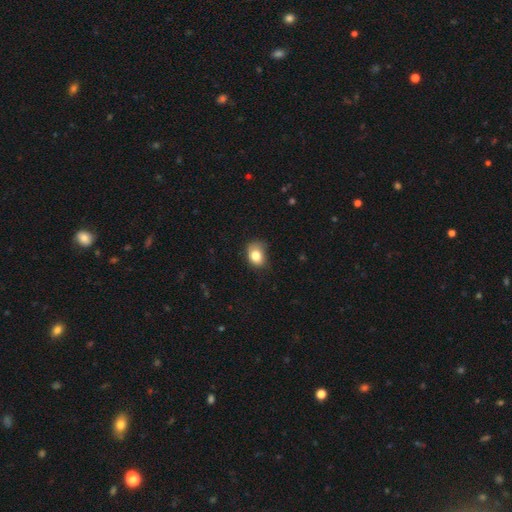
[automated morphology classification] Smooth or featured?
  - smooth: 79% *
  - featured or disk: 11%
  - star or artifact: 10%
How rounded?
  - in between: 57% *
  - round: 42%
  - cigar-shaped: 1%
Merging?
  - none: 54% *
  - minor disturbance: 34%
  - major disturbance: 11%
  - merger: 2%